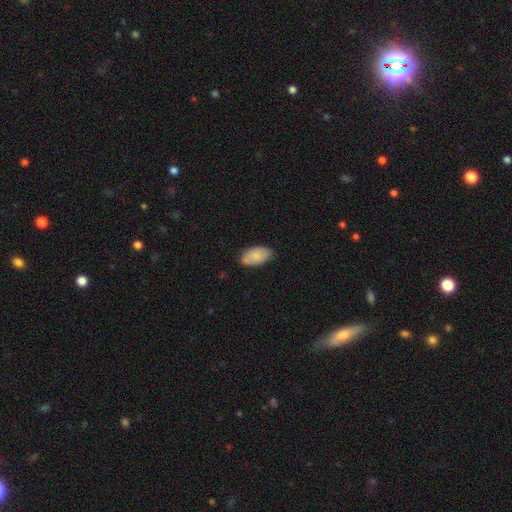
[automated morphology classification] A smooth galaxy with no disk features (81%) that is in between round and cigar-shaped (95%). Merging: none (76%).